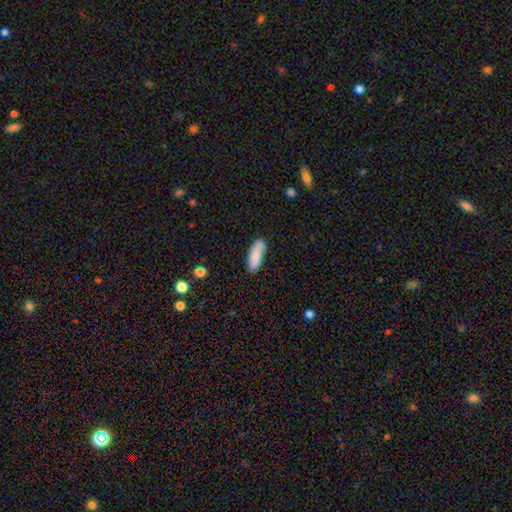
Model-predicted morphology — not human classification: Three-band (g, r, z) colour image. It shows a smooth galaxy with no disk features (85%) that is in between round and cigar-shaped (65%). Merging: none (79%).